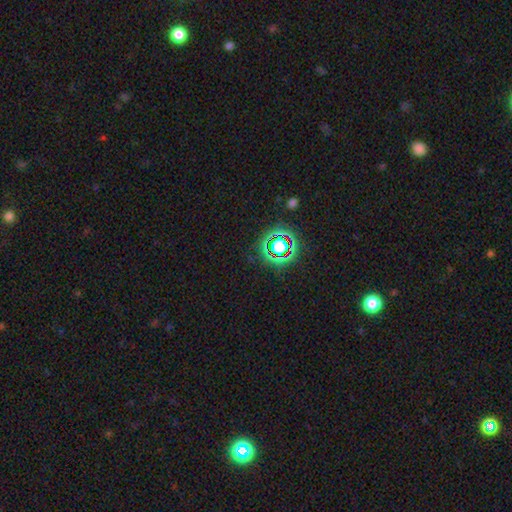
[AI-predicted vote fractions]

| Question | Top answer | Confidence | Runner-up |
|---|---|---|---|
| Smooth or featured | star or artifact | 78% | smooth (14%) |